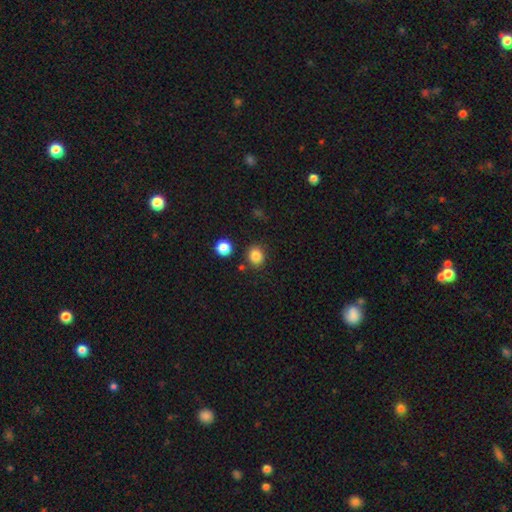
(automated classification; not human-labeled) smooth-or-featured: smooth: 85% | star or artifact: 11% | featured or disk: 4%
  how-rounded: round: 75% | in between: 24% | cigar-shaped: 1%
  merging: none: 84% | minor disturbance: 9% | merger: 5% | major disturbance: 3%